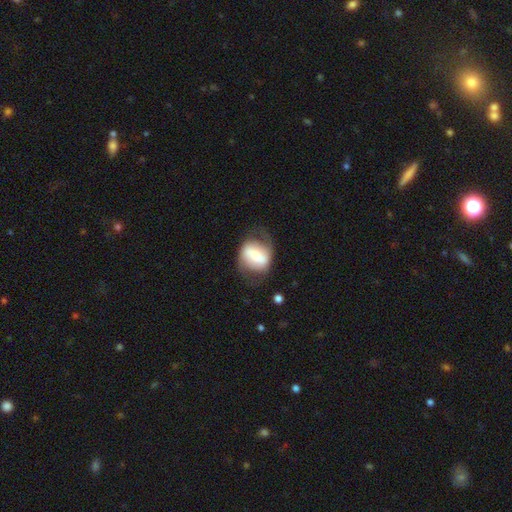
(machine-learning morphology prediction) type=featured or disk (54%); edge-on=no (94%); bar=strong (48%); spiral arms=yes (66%); bulge=moderate (40%); merging=none (55%).